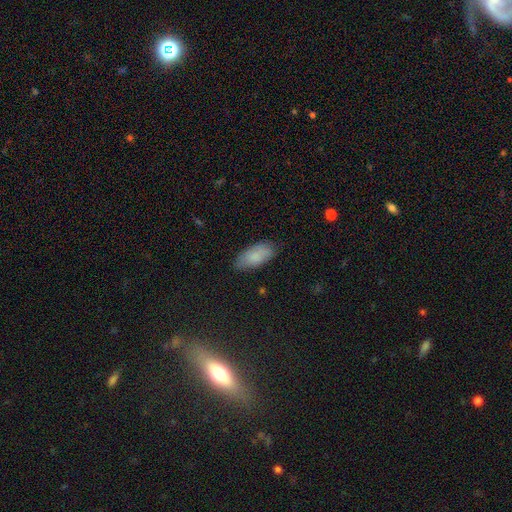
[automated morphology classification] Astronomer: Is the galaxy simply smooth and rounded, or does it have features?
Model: smooth — 83%.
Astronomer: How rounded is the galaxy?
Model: in between — 89%.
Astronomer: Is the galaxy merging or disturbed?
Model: none — 78%.